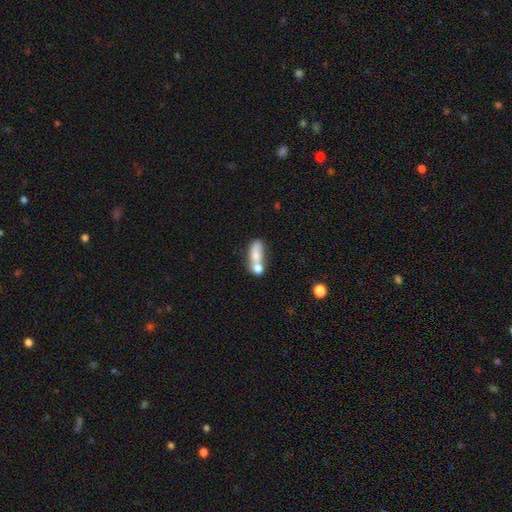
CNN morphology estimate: Smooth or featured? smooth (67%)
How rounded? in between (69%)
Merging? merger (59%)